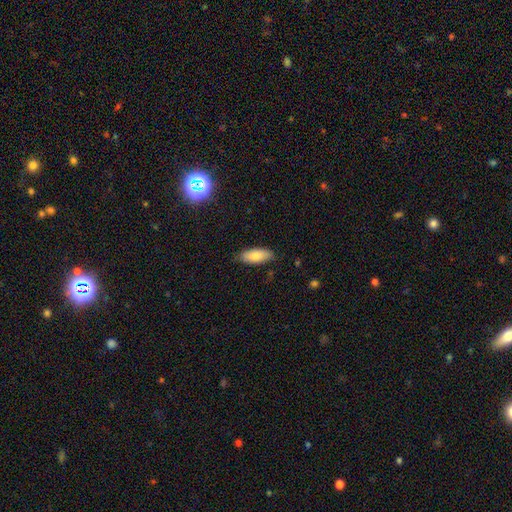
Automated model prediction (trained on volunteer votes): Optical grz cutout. It shows a smooth galaxy with no disk features (83%) that is in between round and cigar-shaped (78%). Merging: none (82%).